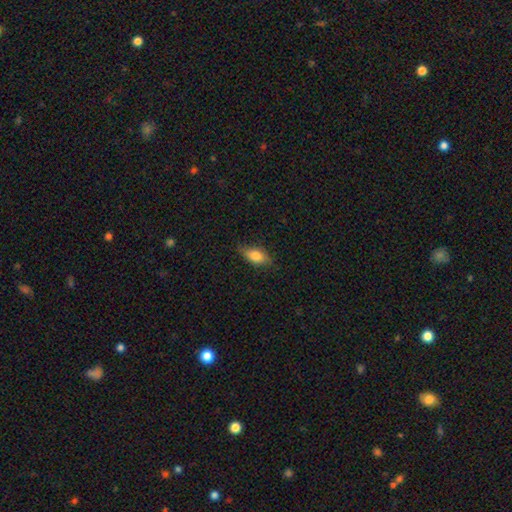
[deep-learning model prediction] Smooth or featured? smooth (74%)
How rounded? in between (82%)
Merging? none (79%)